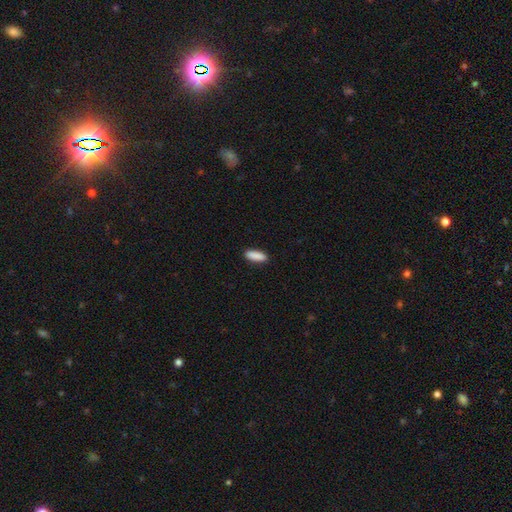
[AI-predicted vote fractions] smooth_or_featured: smooth (p=0.90) [alt: star or artifact p=0.06]
how_rounded: in between (p=0.55) [alt: cigar-shaped p=0.43]
merging: none (p=0.89) [alt: minor disturbance p=0.08]